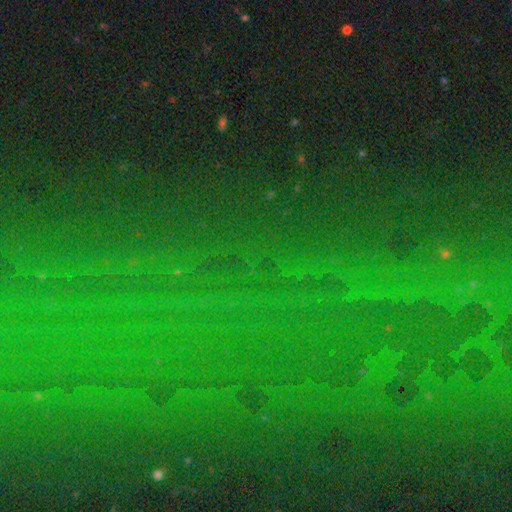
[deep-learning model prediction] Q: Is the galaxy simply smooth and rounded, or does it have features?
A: star or artifact — 84%.